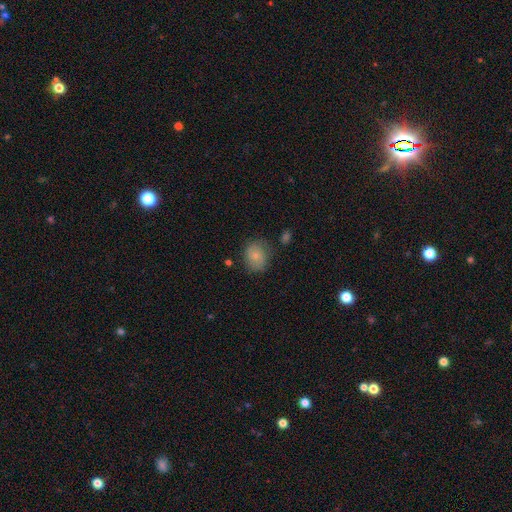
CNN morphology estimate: Smooth or featured? smooth (76%)
How rounded? round (58%)
Merging? none (67%)